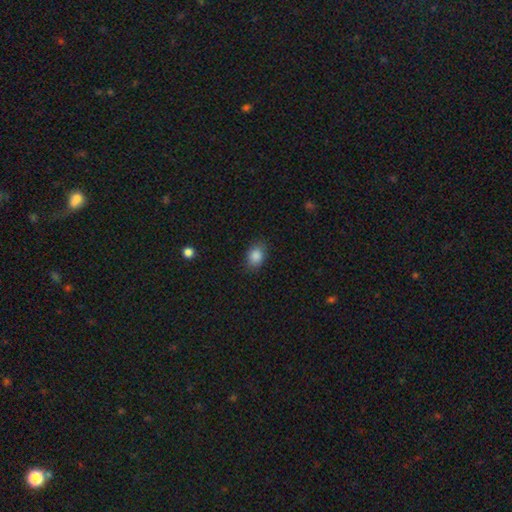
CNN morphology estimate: A smooth galaxy with no disk features (87%) that is in between round and cigar-shaped (68%). Merging: none (82%).